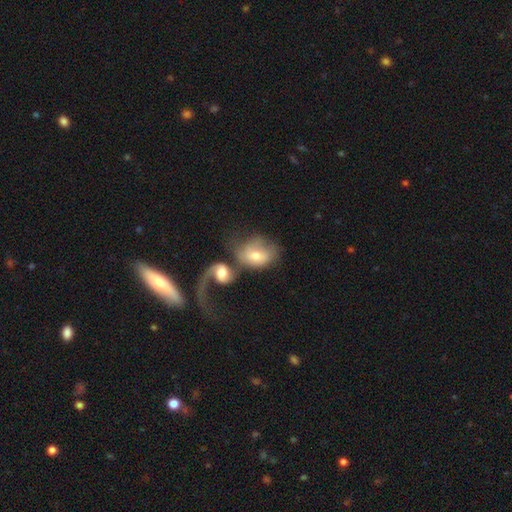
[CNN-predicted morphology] A smooth galaxy with no disk features (48%). Merging: merger (57%).